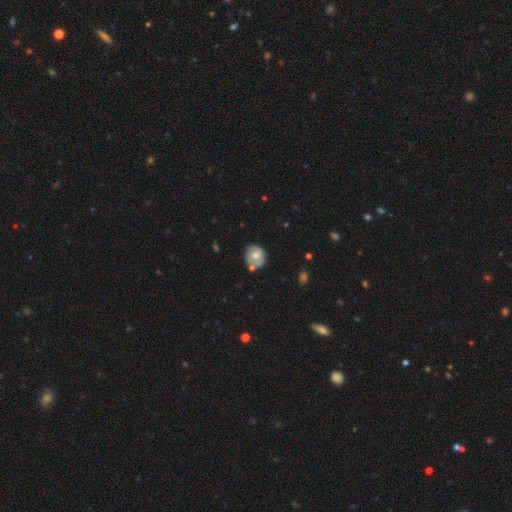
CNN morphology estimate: type=smooth (52%); roundness=round (68%); merging=none (57%).